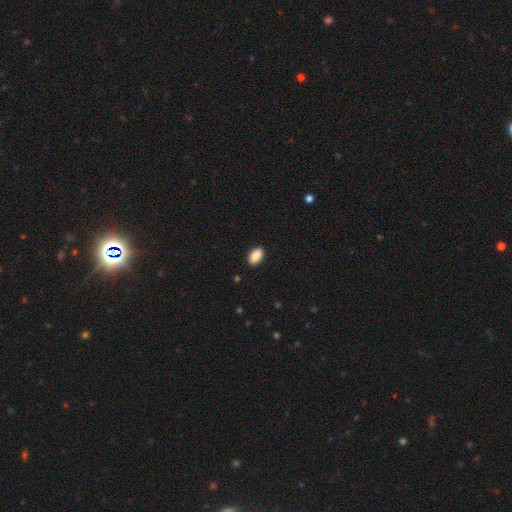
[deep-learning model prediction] Smooth or featured? smooth (90%)
How rounded? in between (93%)
Merging? none (90%)